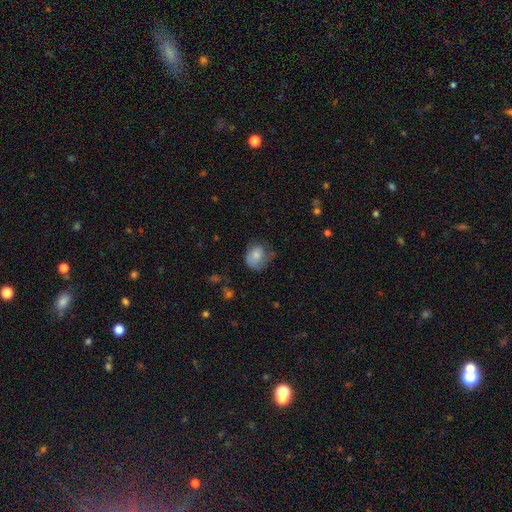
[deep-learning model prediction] Smooth or featured? Predicted: smooth (p=0.78). How rounded? Predicted: round (p=0.55). Merging? Predicted: none (p=0.49).